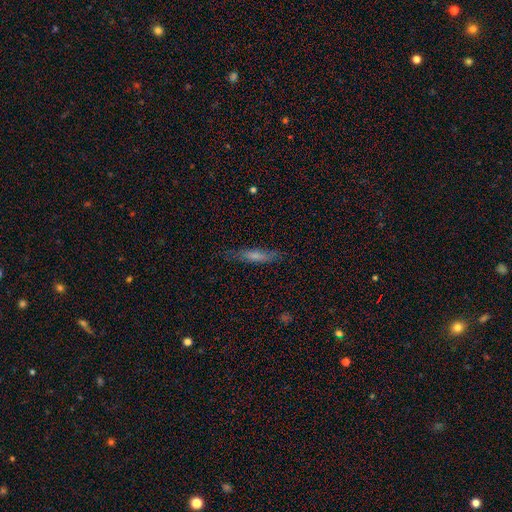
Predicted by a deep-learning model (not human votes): Smooth or featured?
  - smooth: 63% *
  - featured or disk: 30%
  - star or artifact: 8%
How rounded?
  - cigar-shaped: 80% *
  - in between: 18%
  - round: 2%
Merging?
  - none: 79% *
  - minor disturbance: 16%
  - major disturbance: 4%
  - merger: 1%